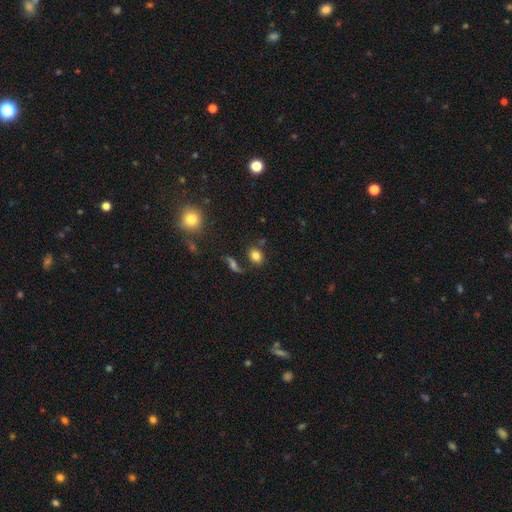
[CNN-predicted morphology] This appears to be a smooth galaxy with no disk features (79%) that is in between round and cigar-shaped (60%). Merging: none (69%).